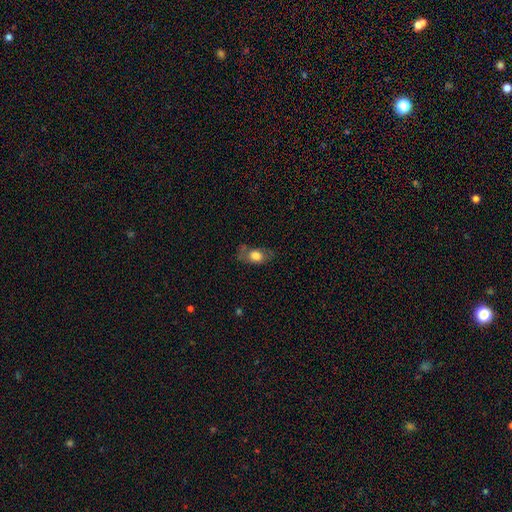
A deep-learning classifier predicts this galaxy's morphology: Smooth or featured? smooth (70%)
How rounded? in between (77%)
Merging? none (57%)